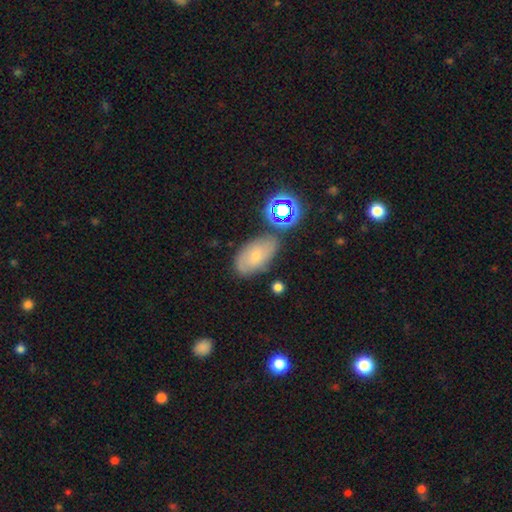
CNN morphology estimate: smooth_or_featured: smooth (p=0.52) [alt: featured or disk p=0.31]
how_rounded: in between (p=0.87) [alt: round p=0.10]
merging: none (p=0.64) [alt: minor disturbance p=0.21]